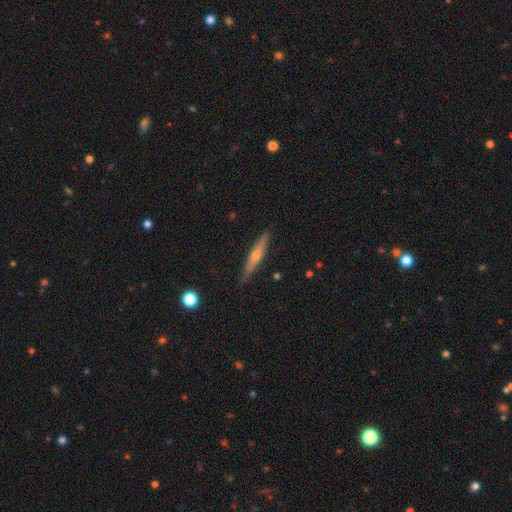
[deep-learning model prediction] Morphology: type=featured or disk (59%); edge-on=yes (97%); edge-on bulge=rounded (75%); merging=none (87%).